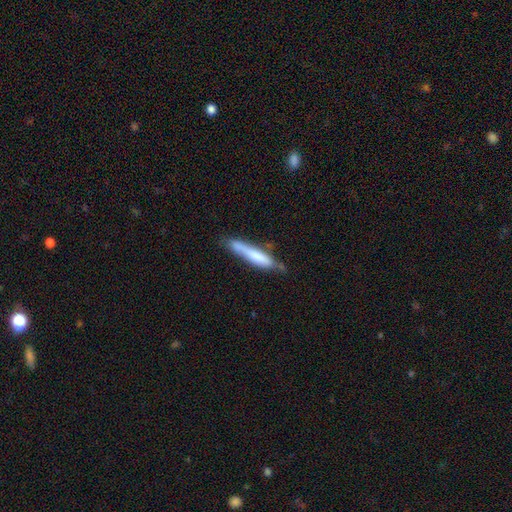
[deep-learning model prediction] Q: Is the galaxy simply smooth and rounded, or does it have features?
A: smooth — 66%.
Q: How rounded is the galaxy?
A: cigar-shaped — 87%.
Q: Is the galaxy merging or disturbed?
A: none — 53%.